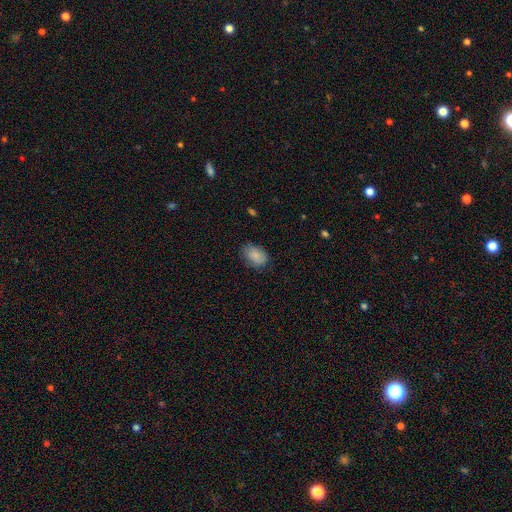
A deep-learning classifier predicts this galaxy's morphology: smooth-or-featured: smooth: 86% | featured or disk: 7% | star or artifact: 7%
  how-rounded: in between: 84% | round: 15% | cigar-shaped: 1%
  merging: none: 78% | minor disturbance: 17% | major disturbance: 4% | merger: 1%